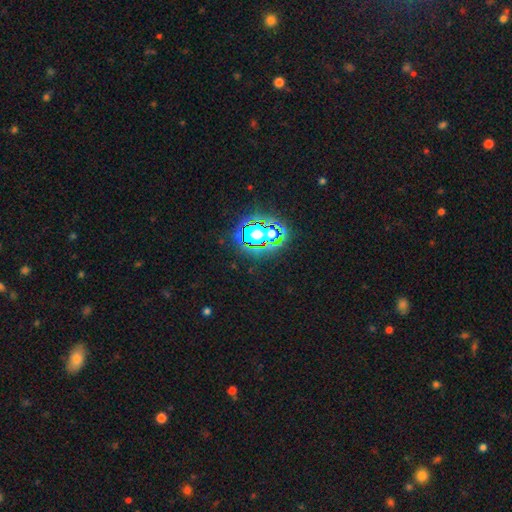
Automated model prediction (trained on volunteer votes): The model was most divided on "smooth or featured": star or artifact: 75%, smooth: 16%, featured or disk: 8%.